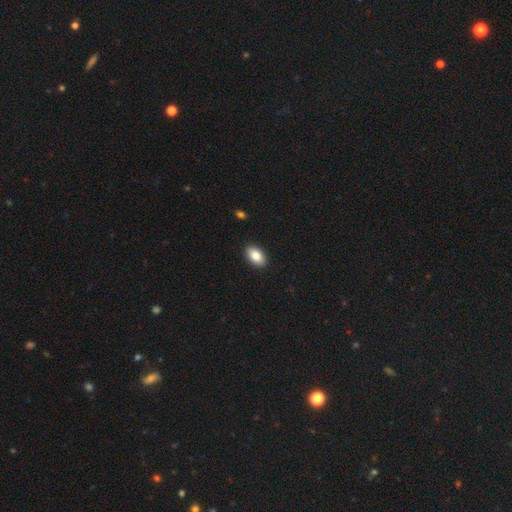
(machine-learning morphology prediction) Smooth or featured?
  - smooth: 85% *
  - featured or disk: 8%
  - star or artifact: 7%
How rounded?
  - in between: 92% *
  - round: 6%
  - cigar-shaped: 2%
Merging?
  - none: 91% *
  - minor disturbance: 7%
  - major disturbance: 2%
  - merger: 1%